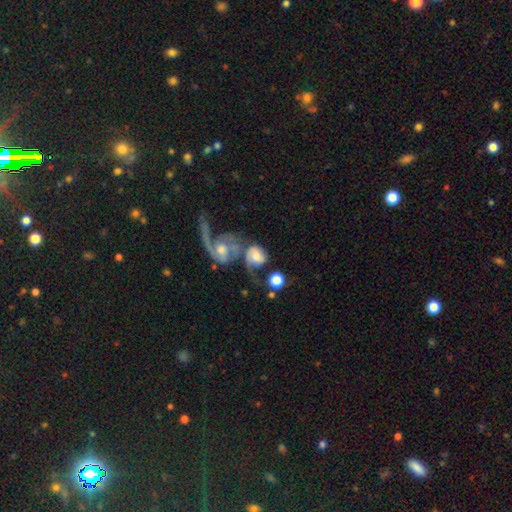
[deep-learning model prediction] smooth_or_featured: featured or disk (p=0.53) [alt: smooth p=0.39]
disk_edge_on: no (p=0.97) [alt: yes p=0.03]
bar: no (p=0.60) [alt: weak p=0.32]
has_spiral_arms: yes (p=0.84) [alt: no p=0.16]
bulge_size: moderate (p=0.47) [alt: large p=0.23]
merging: merger (p=0.58) [alt: none p=0.17]